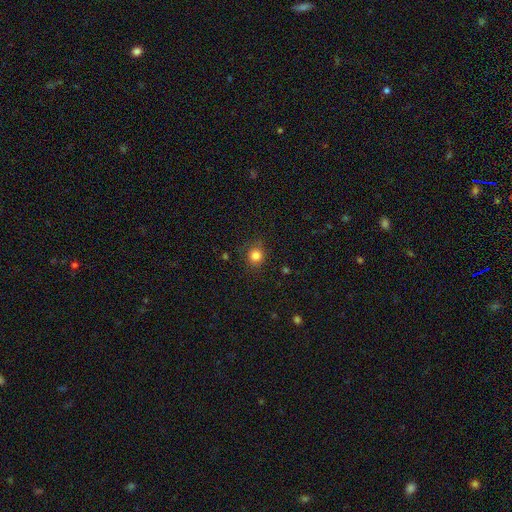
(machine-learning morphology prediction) Smooth or featured? smooth (83%)
How rounded? round (88%)
Merging? none (82%)